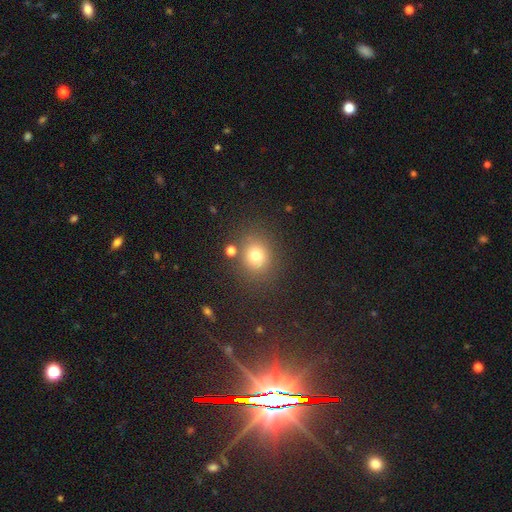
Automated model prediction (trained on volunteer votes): Q: Smooth or featured?
A: smooth (75%); runner-up: star or artifact (16%)
Q: How rounded?
A: round (77%); runner-up: in between (22%)
Q: Merging?
A: none (80%); runner-up: minor disturbance (10%)